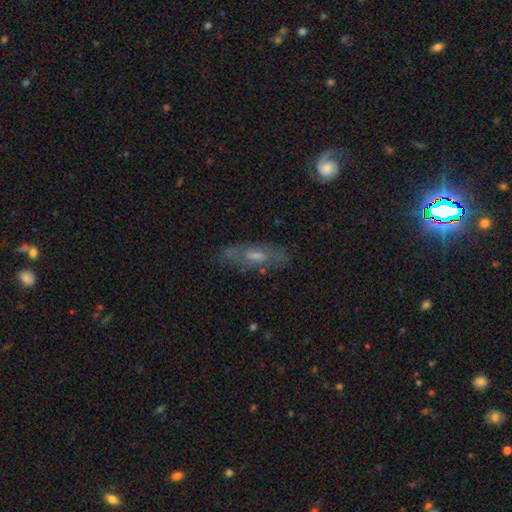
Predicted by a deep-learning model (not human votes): A featured or disk galaxy (51%).

Vote fractions:
- Smooth or featured? featured or disk: 51% / smooth: 39% / star or artifact: 11%
- Edge-on disk? no: 72% / yes: 28%
- Merging? none: 72% / minor disturbance: 18% / major disturbance: 7% / merger: 3%